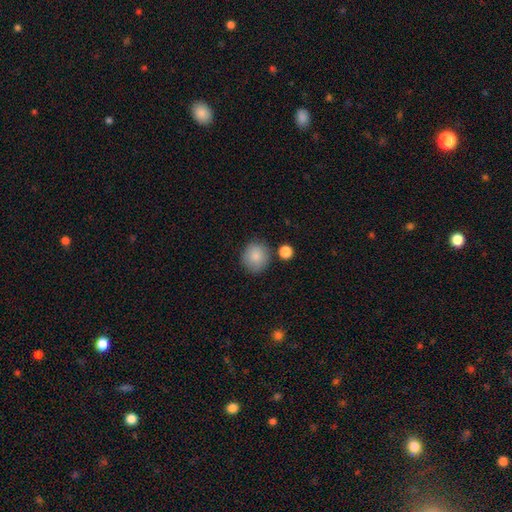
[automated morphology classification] A smooth galaxy with no disk features (87%) that is round (87%).

Vote fractions:
- Smooth or featured? smooth: 87% / star or artifact: 7% / featured or disk: 6%
- How rounded? round: 87% / in between: 12% / cigar-shaped: 1%
- Merging? none: 81% / minor disturbance: 11% / merger: 5% / major disturbance: 3%